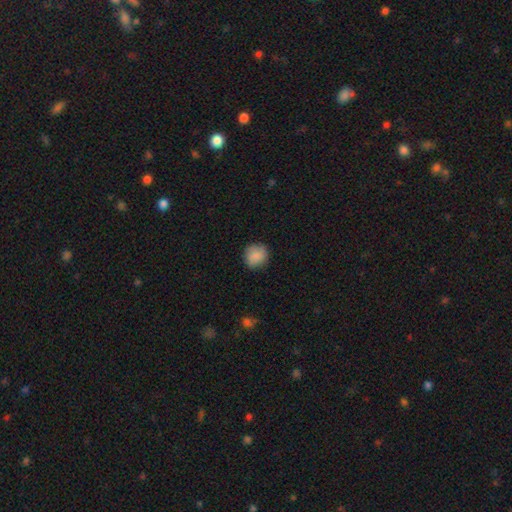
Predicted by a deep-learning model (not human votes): Smooth or featured? smooth (88%)
How rounded? round (86%)
Merging? none (85%)